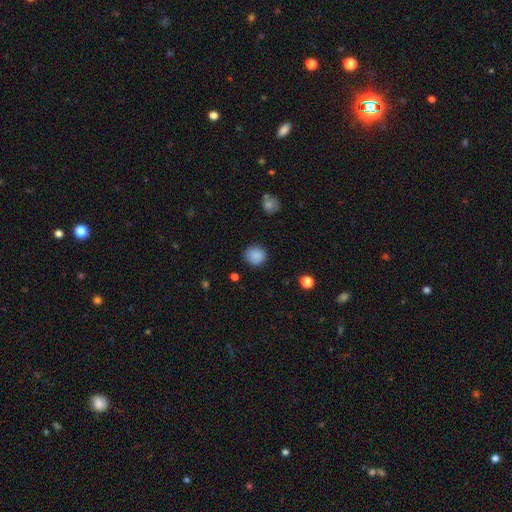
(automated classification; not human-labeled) Overall: smooth (88%). How rounded: round (88%). Merging: none (87%).